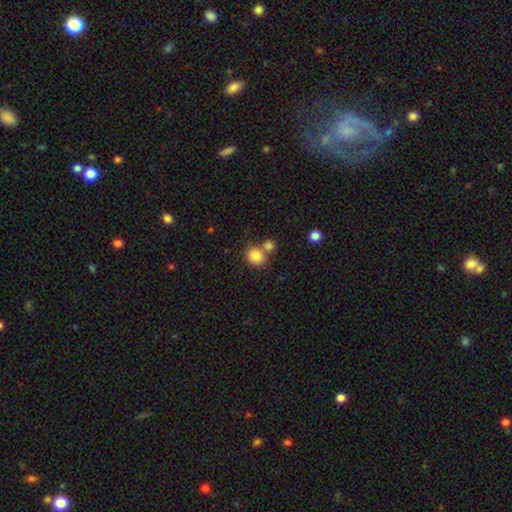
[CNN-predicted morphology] smooth-or-featured: smooth: 84% | star or artifact: 10% | featured or disk: 6%
  how-rounded: round: 79% | in between: 20% | cigar-shaped: 1%
  merging: none: 53% | merger: 35% | minor disturbance: 9% | major disturbance: 3%